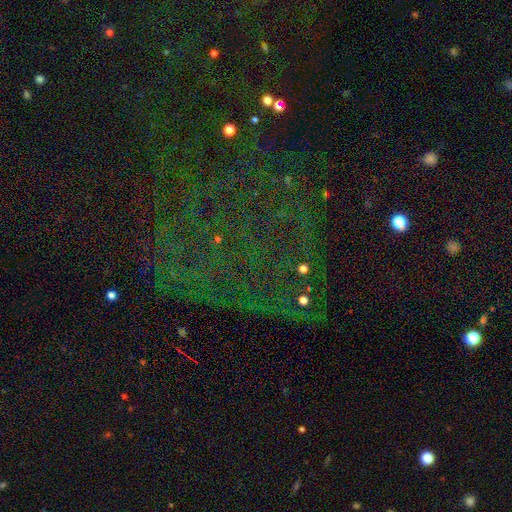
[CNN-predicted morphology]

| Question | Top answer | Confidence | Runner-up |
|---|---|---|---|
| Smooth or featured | star or artifact | 76% | smooth (14%) |